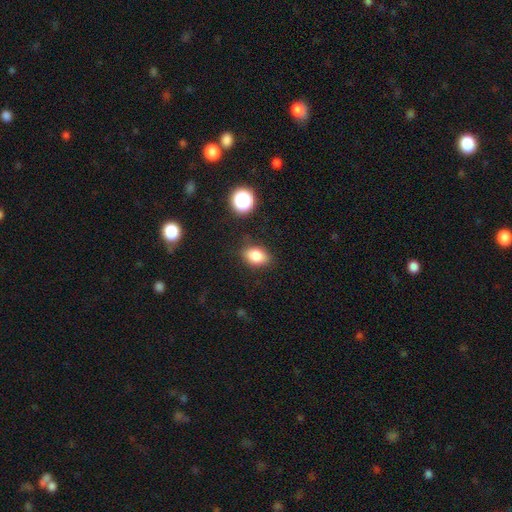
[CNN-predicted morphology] smooth 82%, star or artifact 10%, featured or disk 8%. Down the decision tree: how rounded — in between (79%); merging — none (79%).